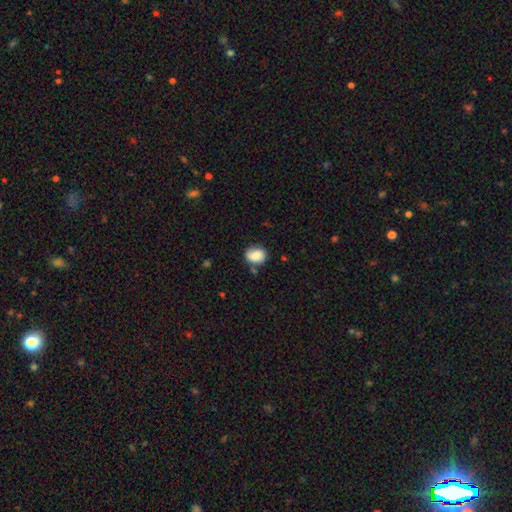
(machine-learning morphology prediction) Q: Smooth or featured?
A: smooth (83%); runner-up: featured or disk (9%)
Q: How rounded?
A: round (51%); runner-up: in between (48%)
Q: Merging?
A: none (74%); runner-up: minor disturbance (17%)